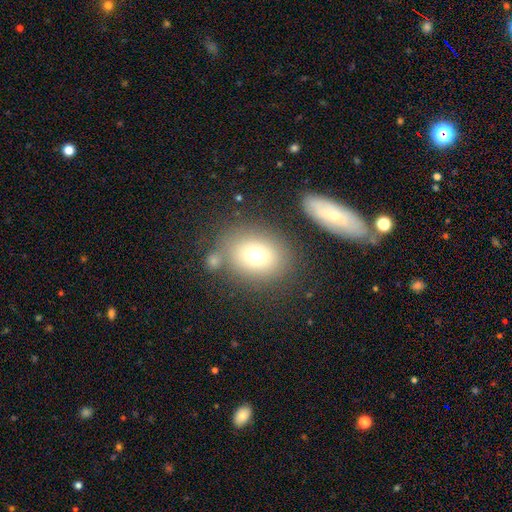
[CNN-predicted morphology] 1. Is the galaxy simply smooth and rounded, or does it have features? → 72% smooth, 16% featured or disk, 12% star or artifact.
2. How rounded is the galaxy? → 58% round, 40% in between, 1% cigar-shaped.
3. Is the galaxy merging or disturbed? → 68% none, 13% merger, 13% minor disturbance, 5% major disturbance.